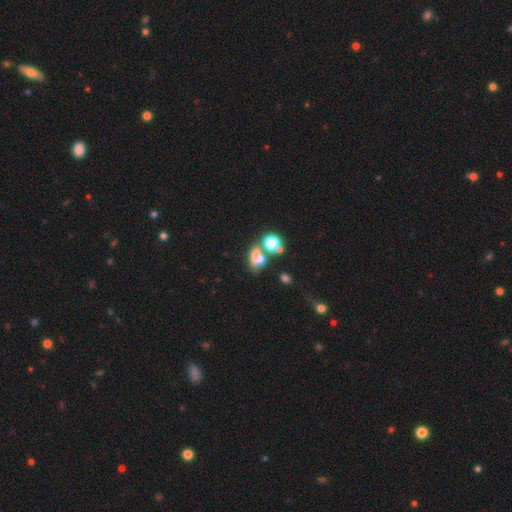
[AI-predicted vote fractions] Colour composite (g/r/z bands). It shows a smooth galaxy with no disk features (62%) that is in between round and cigar-shaped (60%). Merging: merger (45%).